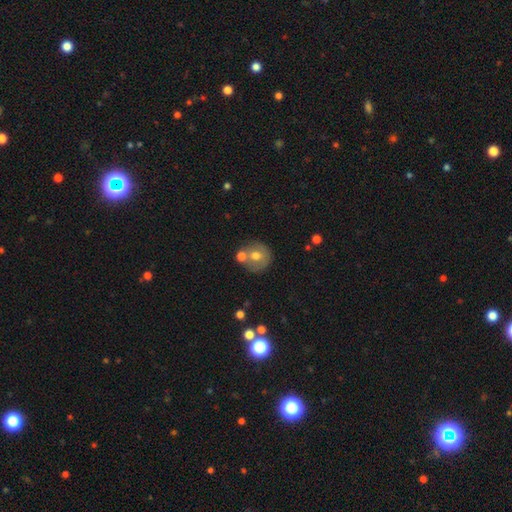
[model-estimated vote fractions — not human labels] This is likely a smooth galaxy (64%). How rounded: clearly round (87%). Merging: possibly none (58%).